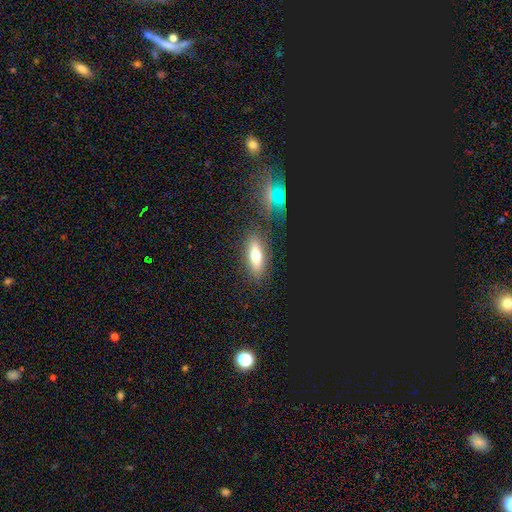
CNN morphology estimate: Smooth or featured?
  - smooth: 62% *
  - featured or disk: 26%
  - star or artifact: 12%
How rounded?
  - in between: 63% *
  - cigar-shaped: 32%
  - round: 4%
Merging?
  - none: 81% *
  - minor disturbance: 11%
  - merger: 4%
  - major disturbance: 4%